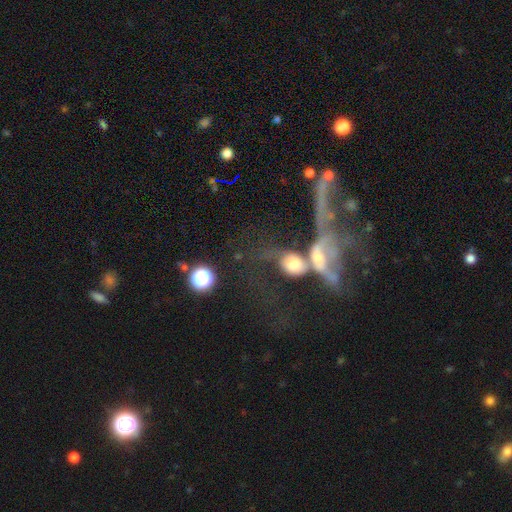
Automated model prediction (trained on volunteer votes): Smooth or featured?
  - featured or disk: 47% *
  - star or artifact: 33%
  - smooth: 19%
Merging?
  - merger: 42% *
  - major disturbance: 27%
  - none: 21%
  - minor disturbance: 9%